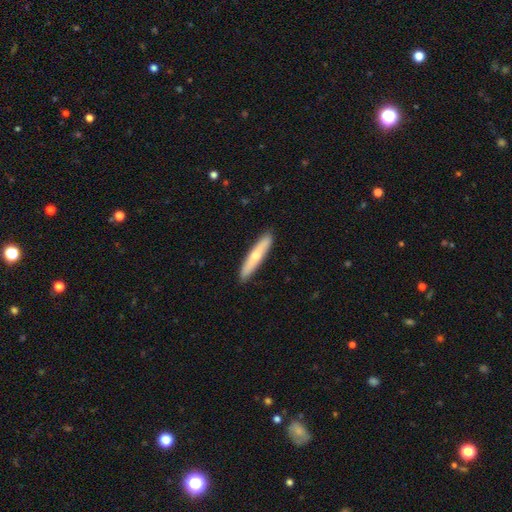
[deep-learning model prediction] smooth 57%, featured or disk 38%, star or artifact 5%. Down the decision tree: how rounded — cigar-shaped (89%); merging — none (91%).